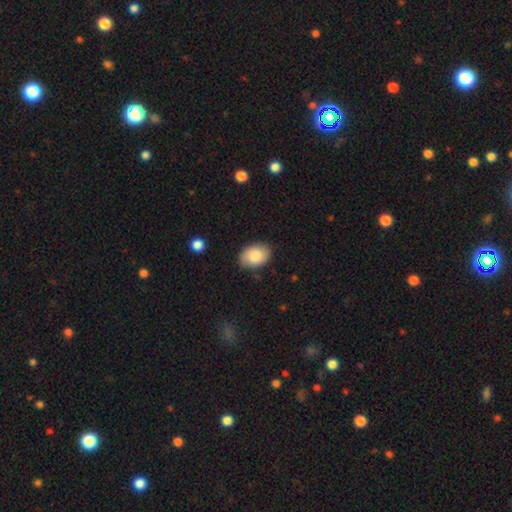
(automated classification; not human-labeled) smooth_or_featured: smooth (p=0.85) [alt: featured or disk p=0.08]
how_rounded: in between (p=0.83) [alt: round p=0.16]
merging: none (p=0.84) [alt: minor disturbance p=0.12]